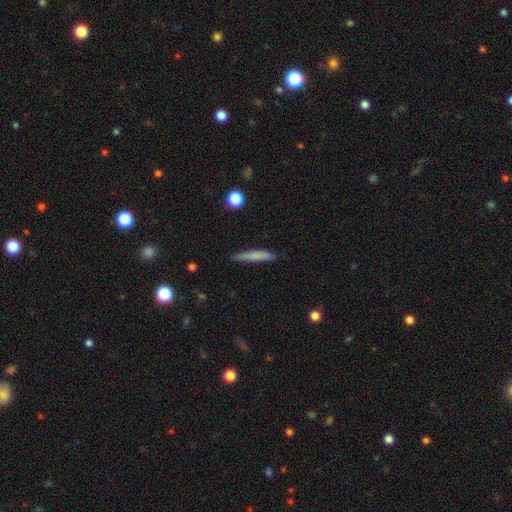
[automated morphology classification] Smooth or featured? Predicted: smooth (p=0.73). How rounded? Predicted: cigar-shaped (p=0.93). Merging? Predicted: none (p=0.83).